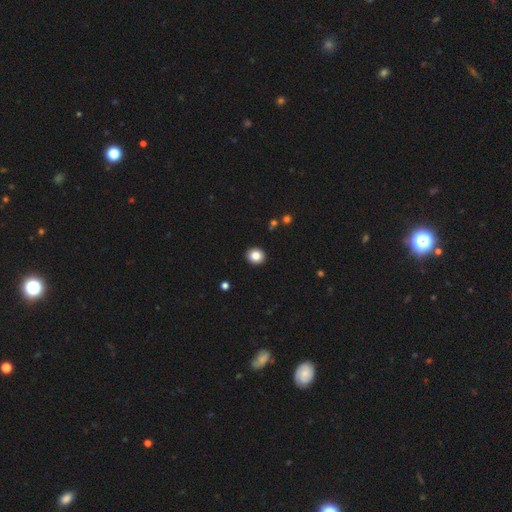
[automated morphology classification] A smooth galaxy with no disk features (84%) that is round (82%). Merging: none (93%).